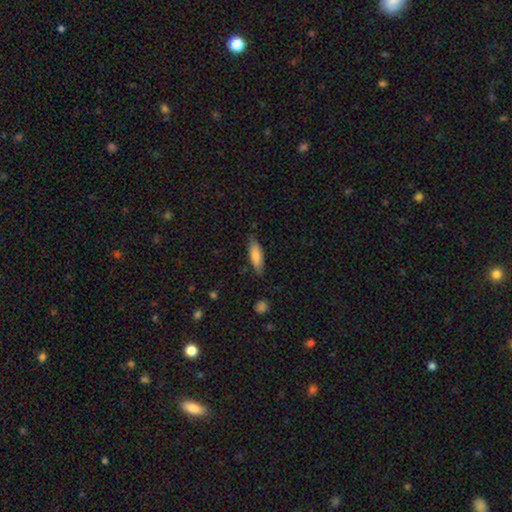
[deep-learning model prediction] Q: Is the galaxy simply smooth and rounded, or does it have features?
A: smooth — 81%.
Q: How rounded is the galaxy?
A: cigar-shaped — 52%.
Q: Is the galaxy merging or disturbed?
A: none — 81%.